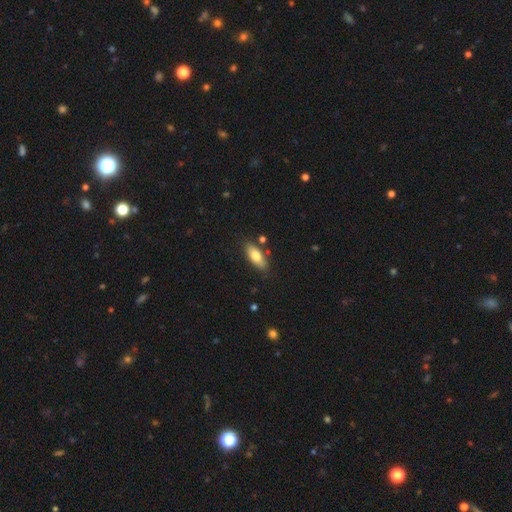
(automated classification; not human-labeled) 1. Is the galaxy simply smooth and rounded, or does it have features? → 75% smooth, 18% featured or disk, 7% star or artifact.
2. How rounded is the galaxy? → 78% in between, 20% cigar-shaped, 3% round.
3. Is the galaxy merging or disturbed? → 80% none, 14% minor disturbance, 4% merger, 3% major disturbance.